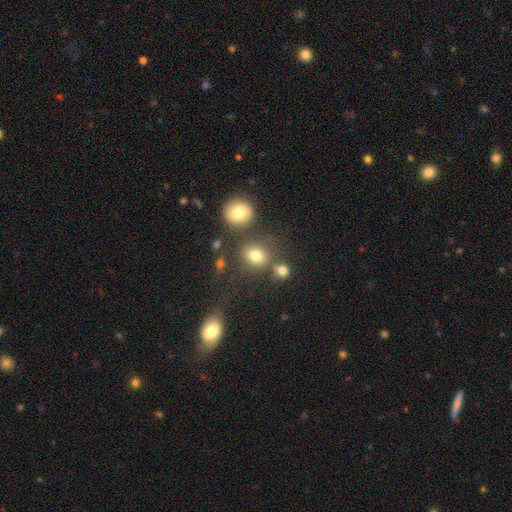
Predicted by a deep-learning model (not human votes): Morphology: type=smooth (78%); roundness=round (64%); merging=none (69%).